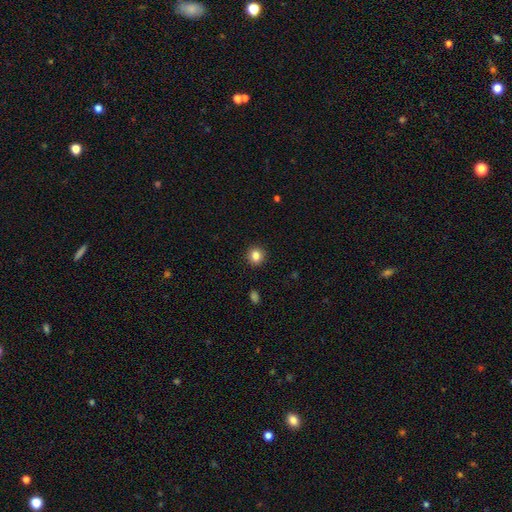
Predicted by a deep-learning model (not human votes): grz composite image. It shows a smooth galaxy with no disk features (83%) that is round (90%). Merging: none (92%).